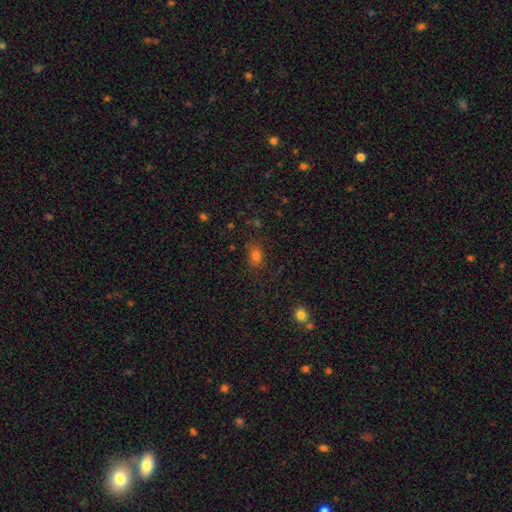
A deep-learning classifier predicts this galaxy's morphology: Smooth or featured?
  - smooth: 75% *
  - star or artifact: 19%
  - featured or disk: 6%
How rounded?
  - in between: 57% *
  - round: 41%
  - cigar-shaped: 2%
Merging?
  - none: 78% *
  - minor disturbance: 15%
  - major disturbance: 5%
  - merger: 2%